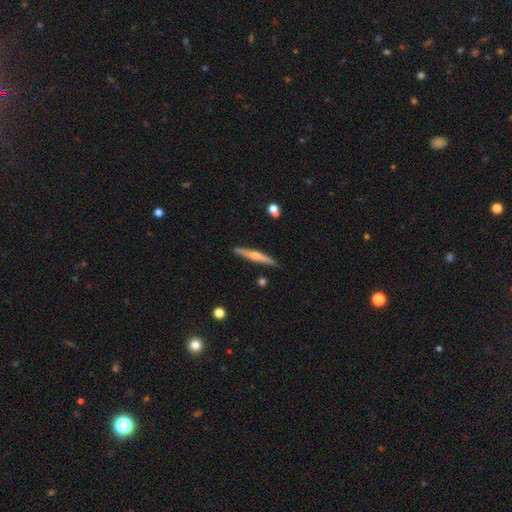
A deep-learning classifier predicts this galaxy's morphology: A featured or disk galaxy (57%) viewed edge-on (97%) with a rounded central bulge (78%). Merging: none (88%).